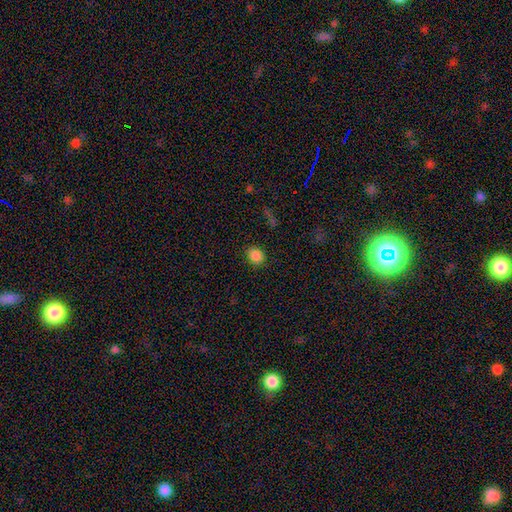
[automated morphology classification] Smooth or featured? Predicted: smooth (p=0.85). How rounded? Predicted: round (p=0.70). Merging? Predicted: none (p=0.87).